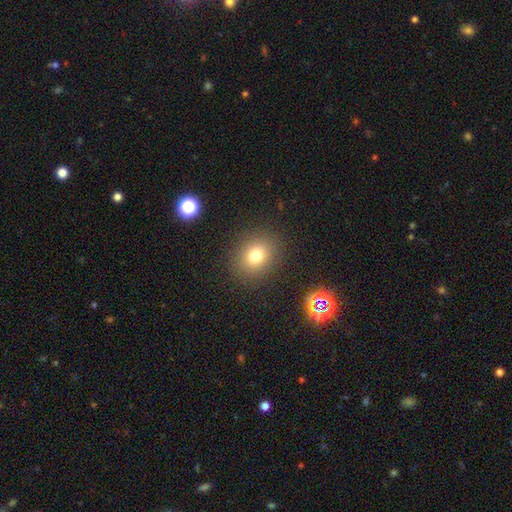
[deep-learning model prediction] smooth_or_featured: smooth (p=0.76) [alt: star or artifact p=0.14]
how_rounded: round (p=0.62) [alt: in between p=0.37]
merging: none (p=0.87) [alt: minor disturbance p=0.08]